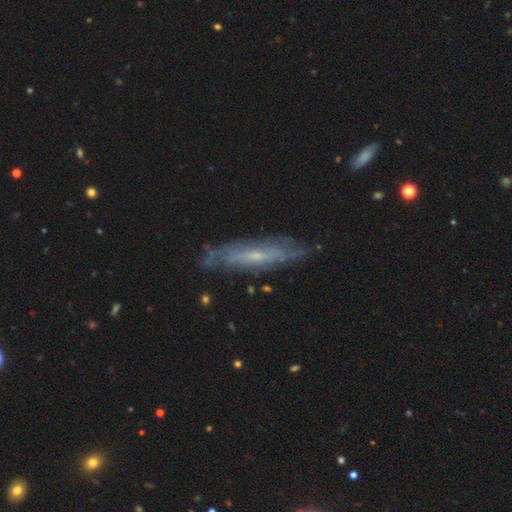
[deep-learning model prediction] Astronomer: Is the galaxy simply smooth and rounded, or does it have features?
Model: featured or disk — 71%.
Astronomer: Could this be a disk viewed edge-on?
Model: no — 54% (runner-up: yes, 46%).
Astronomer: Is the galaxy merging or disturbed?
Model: none — 76%.